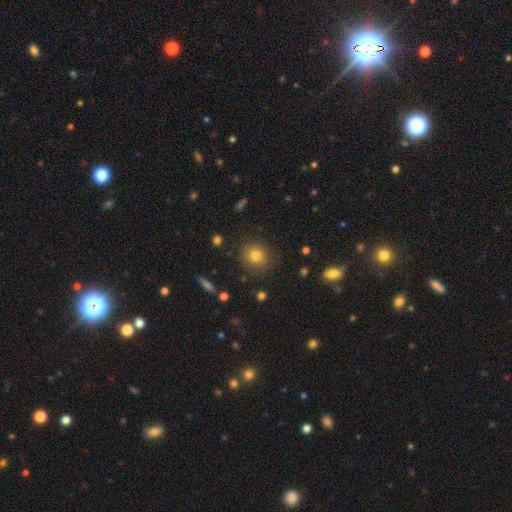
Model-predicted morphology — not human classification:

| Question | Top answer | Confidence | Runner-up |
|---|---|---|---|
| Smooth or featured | smooth | 80% | star or artifact (12%) |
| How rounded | round | 88% | in between (11%) |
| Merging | none | 85% | minor disturbance (10%) |